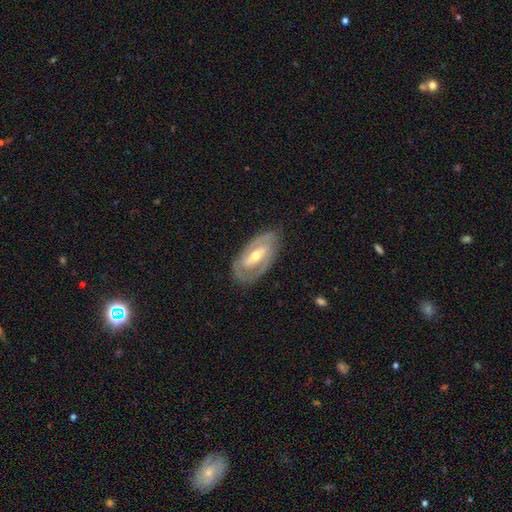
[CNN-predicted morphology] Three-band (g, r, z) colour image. It shows a featured or disk galaxy (81%) with a strong bar (43%), 2 (78%) tight (49%) spiral arms (82%) and a moderate central bulge (59%). Merging: none (80%).